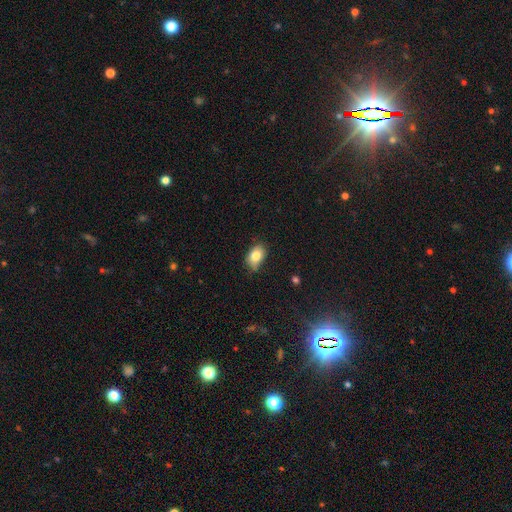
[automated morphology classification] This is clearly a smooth galaxy (81%). How rounded: clearly in between (82%). Merging: likely none (63%).